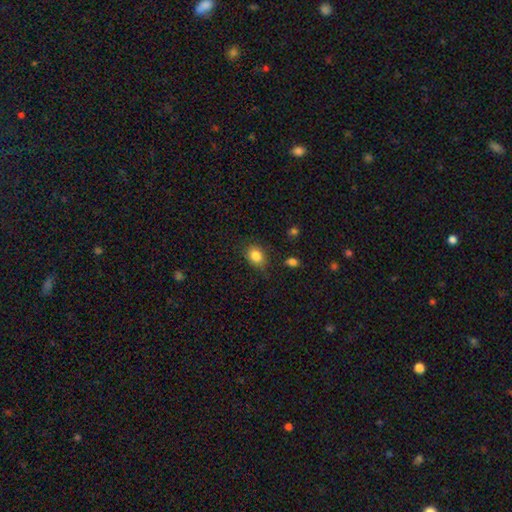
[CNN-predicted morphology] smooth_or_featured: smooth (p=0.85) [alt: star or artifact p=0.09]
how_rounded: in between (p=0.63) [alt: round p=0.36]
merging: none (p=0.76) [alt: minor disturbance p=0.18]